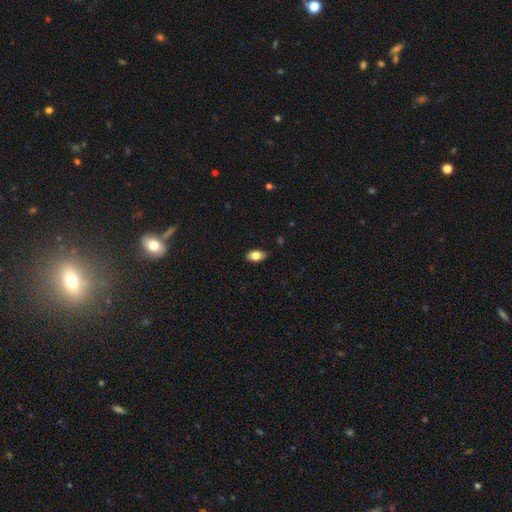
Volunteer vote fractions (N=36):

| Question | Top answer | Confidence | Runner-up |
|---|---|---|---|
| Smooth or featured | smooth | 81% | featured or disk (17%) |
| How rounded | in between | 97% | round (3%) |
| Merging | none | 91% | minor disturbance (9%) |